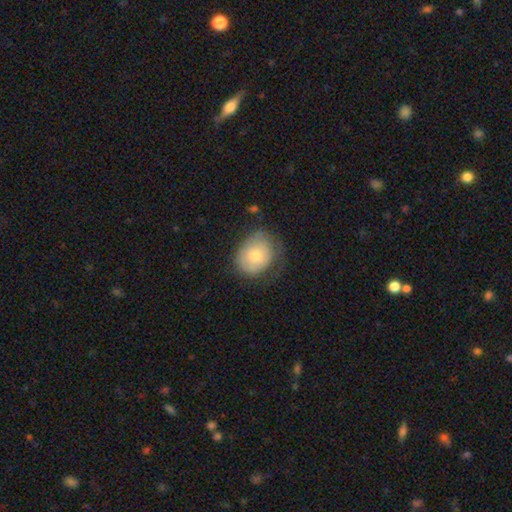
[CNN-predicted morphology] smooth 69%, featured or disk 24%, star or artifact 7%. Down the decision tree: how rounded — round (52%); merging — none (52%).